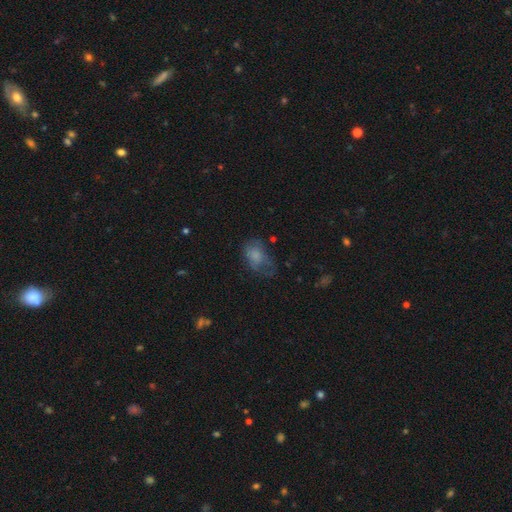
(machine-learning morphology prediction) smooth-or-featured: smooth: 69% | featured or disk: 20% | star or artifact: 11%
  how-rounded: in between: 77% | round: 22% | cigar-shaped: 2%
  merging: none: 36% | major disturbance: 32% | minor disturbance: 30% | merger: 3%